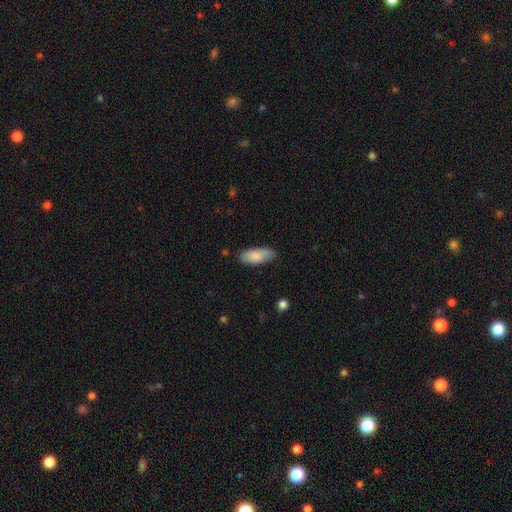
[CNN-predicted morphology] Smooth or featured? Predicted: smooth (p=0.85). How rounded? Predicted: in between (p=0.76). Merging? Predicted: none (p=0.78).